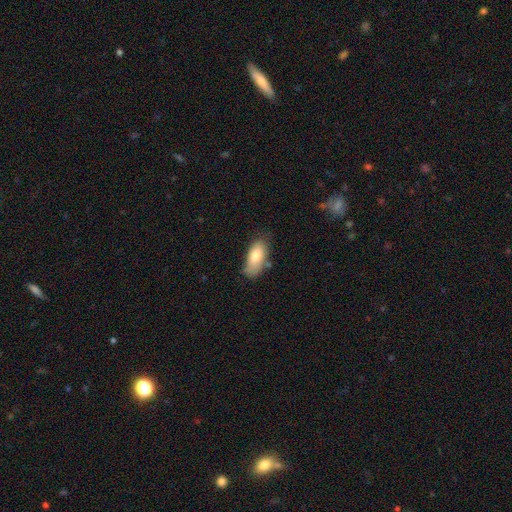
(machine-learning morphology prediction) This appears to be a smooth galaxy with no disk features (77%) that is in between round and cigar-shaped (89%). Merging: none (59%).